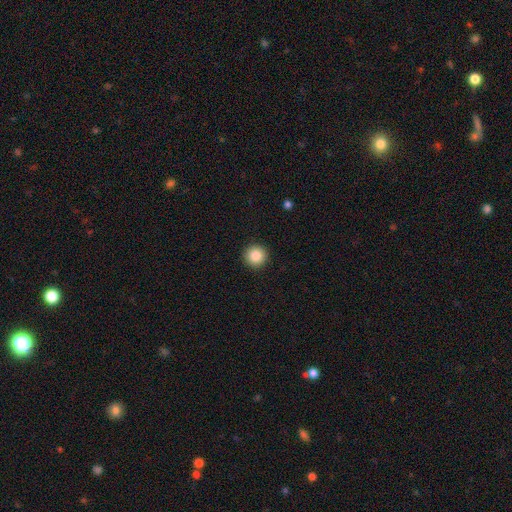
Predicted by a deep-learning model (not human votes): Smooth or featured: smooth — 87% (star or artifact — 9%)
How rounded: round — 96% (in between — 4%)
Merging: none — 93% (minor disturbance — 5%)